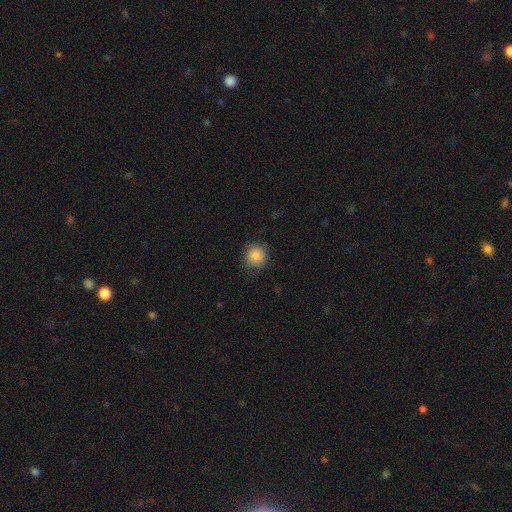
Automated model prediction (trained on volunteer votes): Smooth or featured? smooth (87%)
How rounded? round (90%)
Merging? none (80%)